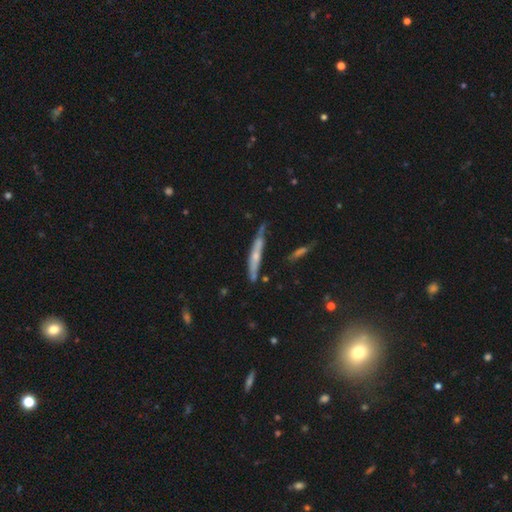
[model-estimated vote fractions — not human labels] Smooth or featured? Predicted: featured or disk (p=0.56). Edge-on disk? Predicted: yes (p=0.88). Merging? Predicted: none (p=0.69).